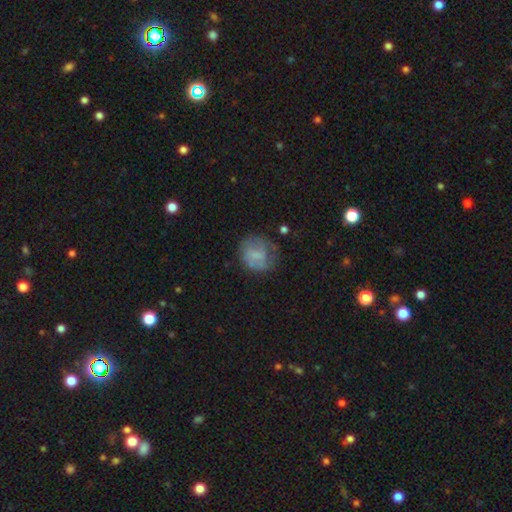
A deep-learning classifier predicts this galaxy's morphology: smooth-or-featured: smooth: 58% | featured or disk: 32% | star or artifact: 10%
  how-rounded: round: 72% | in between: 27% | cigar-shaped: 1%
  merging: none: 57% | minor disturbance: 25% | major disturbance: 16% | merger: 3%